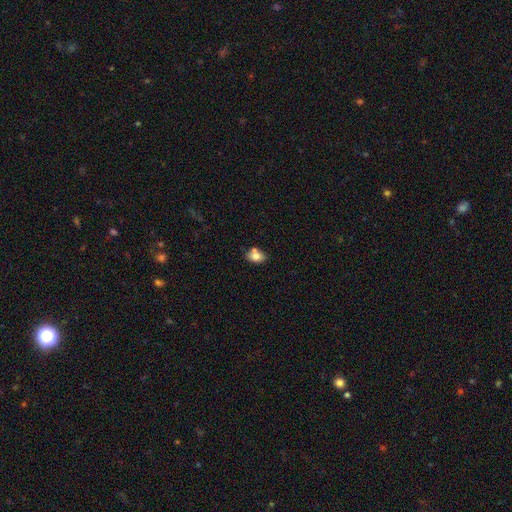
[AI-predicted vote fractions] Morphology: type=smooth (79%); roundness=in between (76%); merging=none (62%).